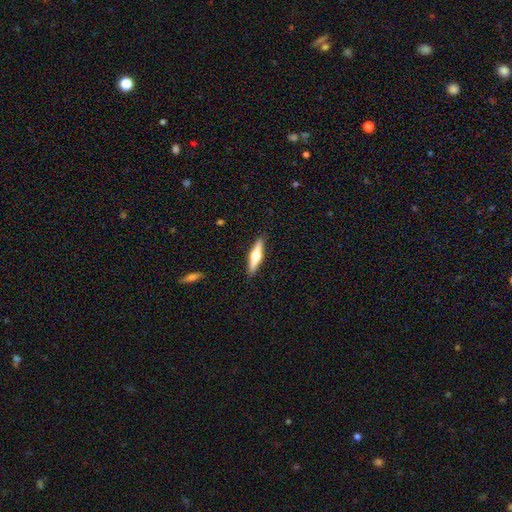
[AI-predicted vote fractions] A featured or disk galaxy (57%) viewed edge-on (96%) with a rounded central bulge (95%). Merging: none (90%).